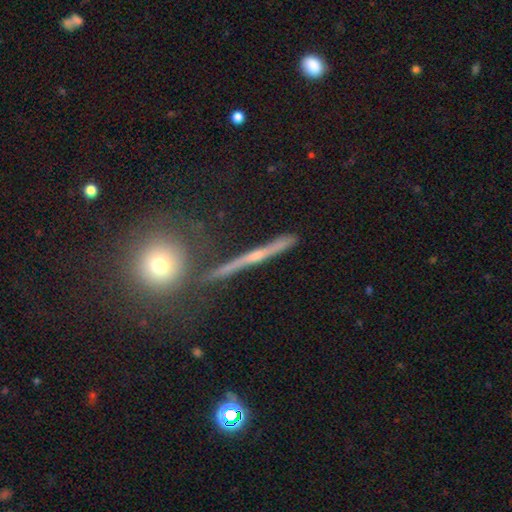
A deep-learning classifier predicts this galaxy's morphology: This appears to be a featured or disk galaxy (65%) viewed edge-on (93%) with a rounded central bulge (49%). Merging: none (81%).